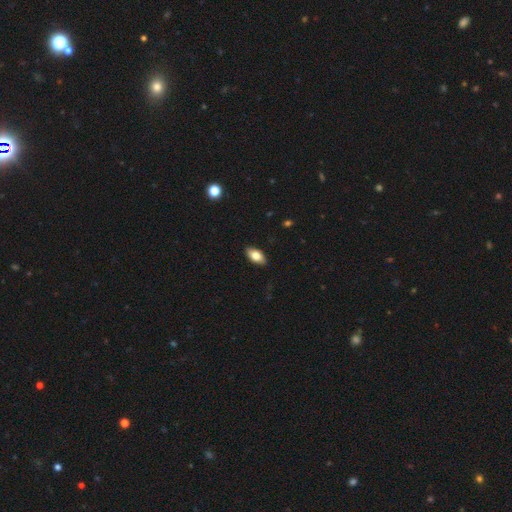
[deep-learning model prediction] smooth 79%, featured or disk 14%, star or artifact 7%. Down the decision tree: how rounded — in between (91%); merging — none (87%).